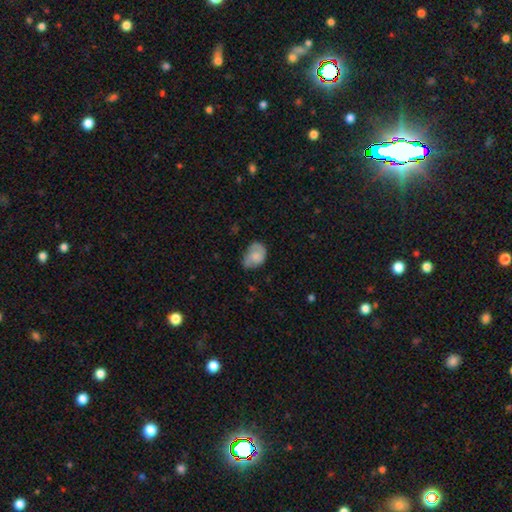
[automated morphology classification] A smooth galaxy with no disk features (60%) that is in between round and cigar-shaped (73%). Merging: none (50%).